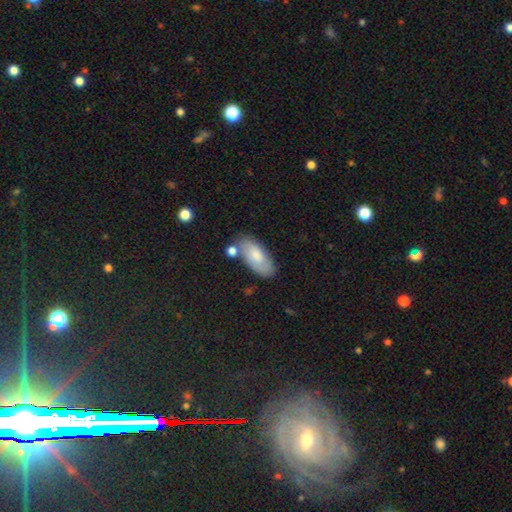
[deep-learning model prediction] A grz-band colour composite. It shows a smooth galaxy with no disk features (75%) that is in between round and cigar-shaped (88%). Merging: none (68%).